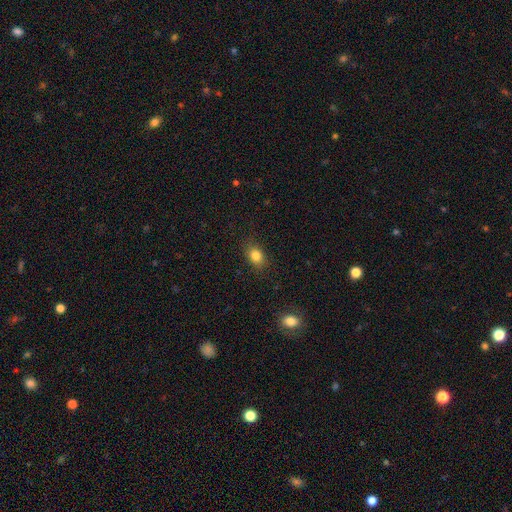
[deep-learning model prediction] Overall: smooth (83%). How rounded: in between (68%; round 30%). Merging: none (85%).